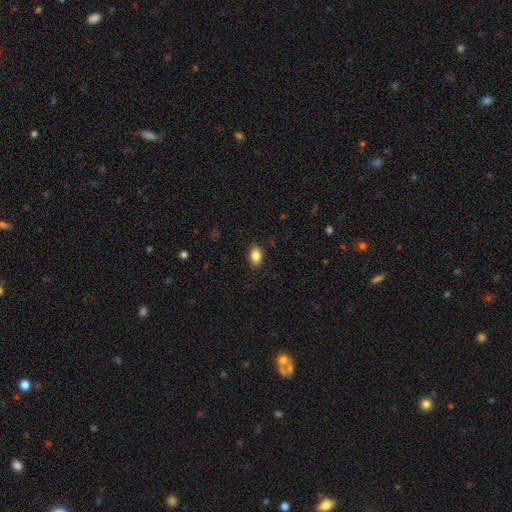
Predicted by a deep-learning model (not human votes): Smooth or featured: smooth — 86% (star or artifact — 8%)
How rounded: in between — 86% (round — 12%)
Merging: none — 87% (minor disturbance — 9%)